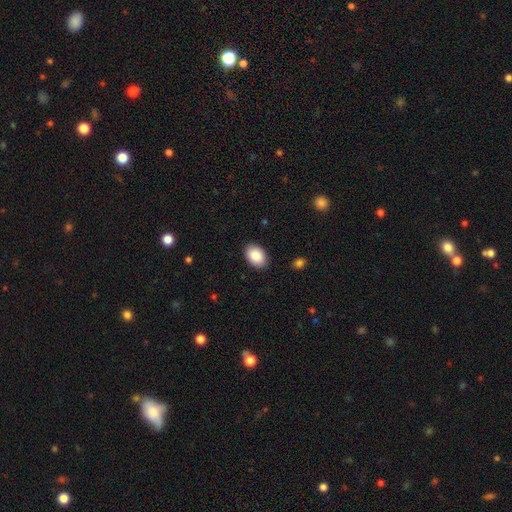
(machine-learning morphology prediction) Smooth or featured? Predicted: smooth (p=0.88). How rounded? Predicted: in between (p=0.87). Merging? Predicted: none (p=0.89).